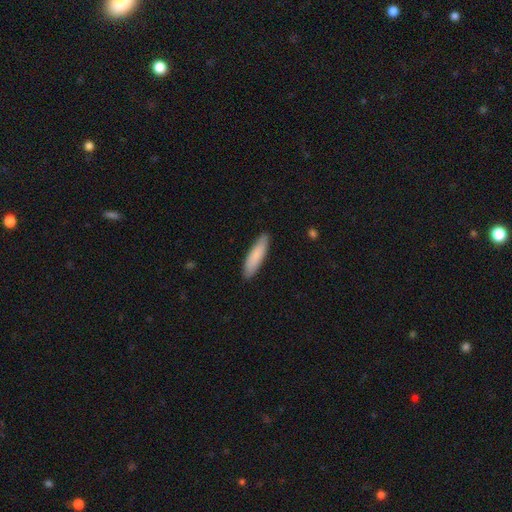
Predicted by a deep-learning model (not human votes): smooth_or_featured: smooth (p=0.84) [alt: featured or disk p=0.11]
how_rounded: cigar-shaped (p=0.73) [alt: in between p=0.26]
merging: none (p=0.88) [alt: minor disturbance p=0.09]